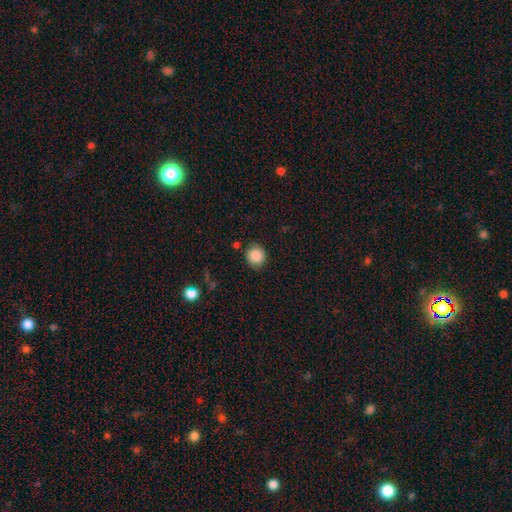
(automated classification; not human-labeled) A smooth galaxy with no disk features (87%) that is round (88%). Merging: none (83%).